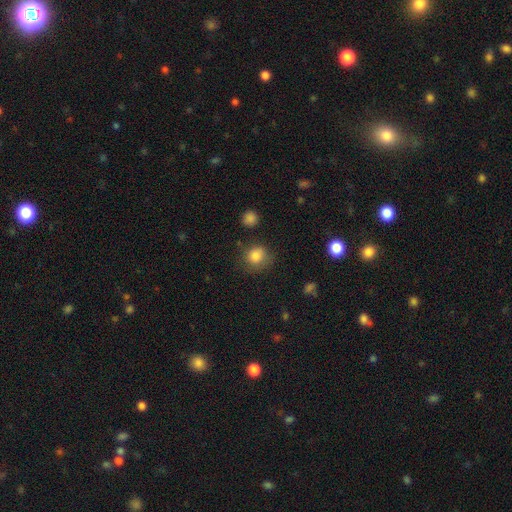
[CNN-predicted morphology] Smooth or featured?
  - smooth: 83% *
  - star or artifact: 11%
  - featured or disk: 6%
How rounded?
  - round: 82% *
  - in between: 17%
  - cigar-shaped: 1%
Merging?
  - none: 74% *
  - minor disturbance: 17%
  - major disturbance: 6%
  - merger: 3%